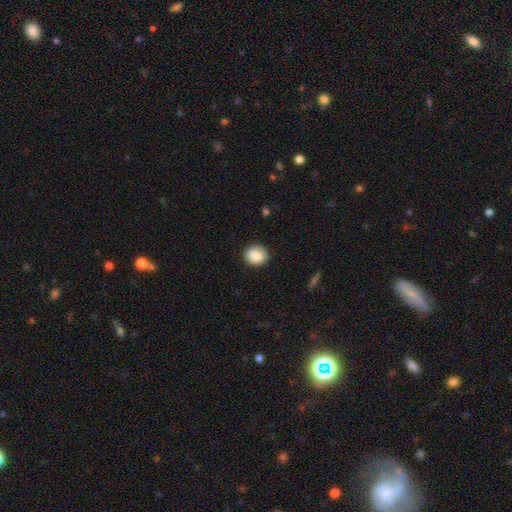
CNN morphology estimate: A smooth galaxy with no disk features (87%) that is round (76%).

Vote fractions:
- Smooth or featured? smooth: 87% / star or artifact: 8% / featured or disk: 6%
- How rounded? round: 76% / in between: 23% / cigar-shaped: 1%
- Merging? none: 89% / minor disturbance: 8% / major disturbance: 2% / merger: 1%